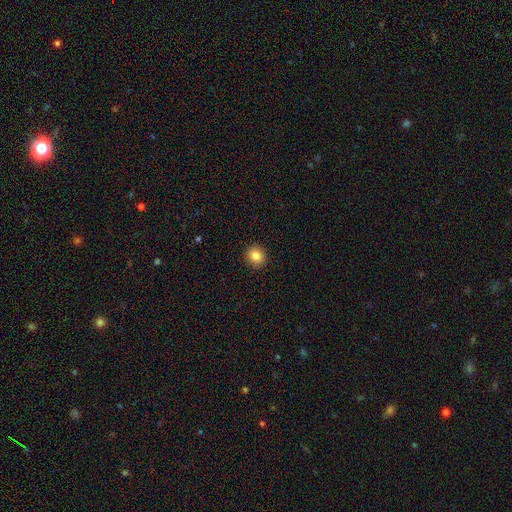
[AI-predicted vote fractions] The model was most divided on "how rounded": round: 73%, in between: 26%, cigar-shaped: 1%. More confident: merging — none (92%); smooth or featured — smooth (85%).